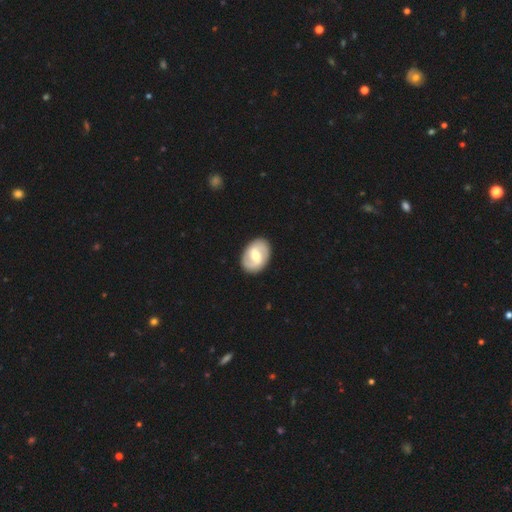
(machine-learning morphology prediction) Q: Smooth or featured?
A: featured or disk (66%); runner-up: smooth (30%)
Q: Edge-on disk?
A: no (96%); runner-up: yes (4%)
Q: Bar?
A: weak (49%); runner-up: strong (30%)
Q: Spiral arms?
A: yes (72%); runner-up: no (28%)
Q: Bulge size?
A: moderate (71%); runner-up: small (18%)
Q: Merging?
A: none (88%); runner-up: minor disturbance (8%)